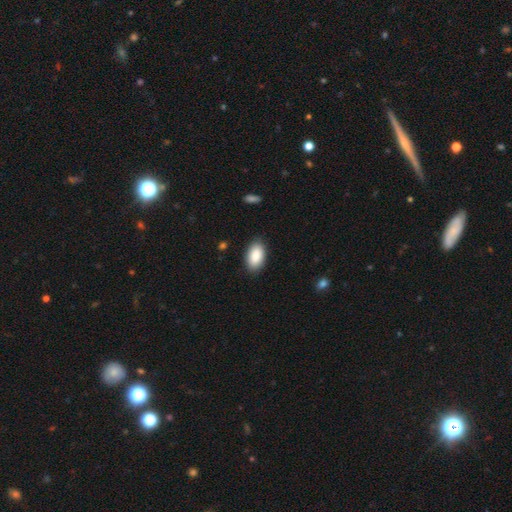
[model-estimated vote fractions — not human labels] Overall: smooth (89%). How rounded: in between (94%). Merging: none (87%).